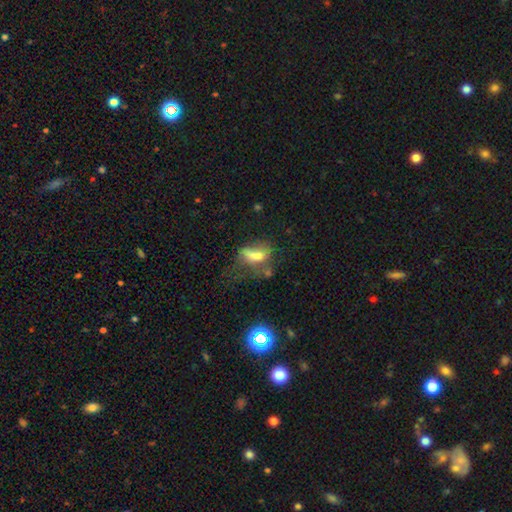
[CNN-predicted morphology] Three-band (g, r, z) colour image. It shows a smooth galaxy with no disk features (54%) that is in between round and cigar-shaped (76%). Merging: major disturbance (46%).